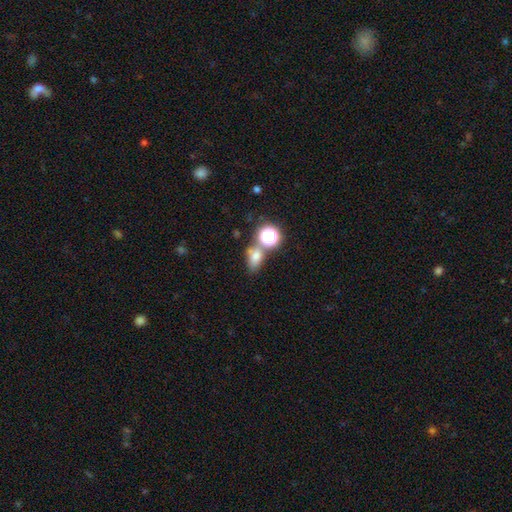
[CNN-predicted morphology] Q: Smooth or featured?
A: smooth (68%); runner-up: star or artifact (21%)
Q: How rounded?
A: in between (68%); runner-up: round (30%)
Q: Merging?
A: none (55%); runner-up: merger (25%)